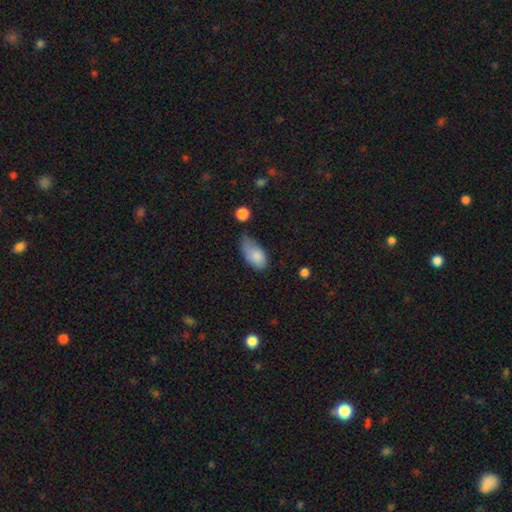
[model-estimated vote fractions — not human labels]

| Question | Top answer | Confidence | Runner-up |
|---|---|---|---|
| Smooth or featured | smooth | 83% | featured or disk (9%) |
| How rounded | in between | 93% | round (4%) |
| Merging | minor disturbance | 46% | none (31%) |